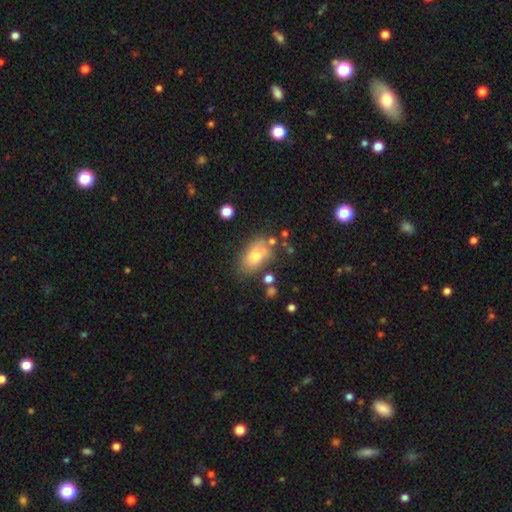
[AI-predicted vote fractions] A smooth galaxy with no disk features (73%) that is in between round and cigar-shaped (87%). Merging: none (66%).